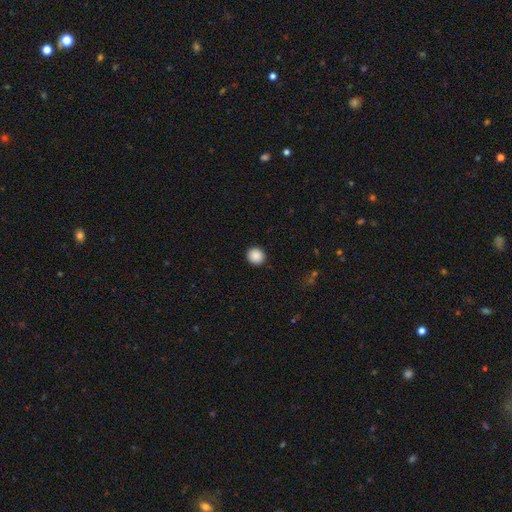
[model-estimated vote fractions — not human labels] Morphology: type=smooth (89%); roundness=round (90%); merging=none (92%).